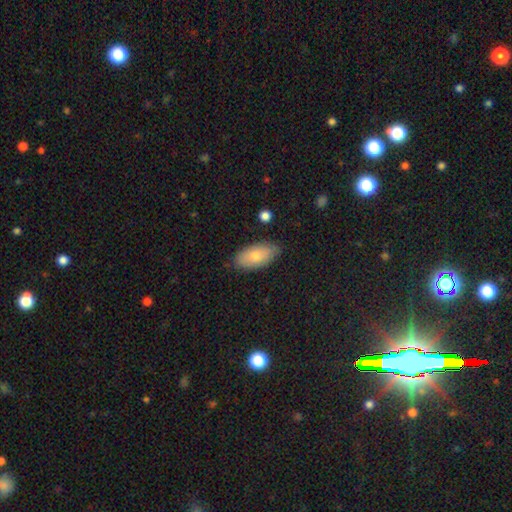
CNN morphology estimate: smooth_or_featured: smooth (p=0.74) [alt: featured or disk p=0.19]
how_rounded: in between (p=0.93) [alt: cigar-shaped p=0.04]
merging: none (p=0.83) [alt: minor disturbance p=0.13]